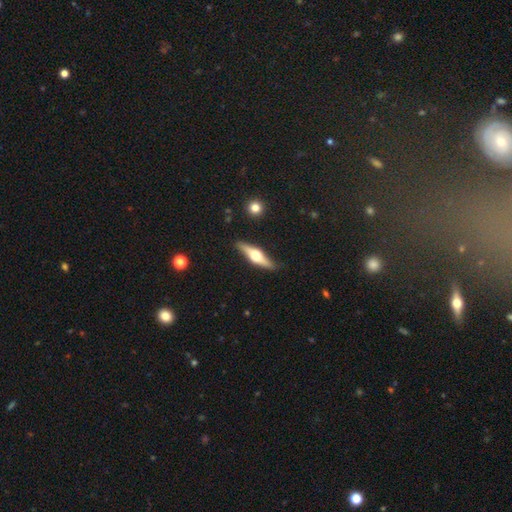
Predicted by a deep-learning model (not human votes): Smooth or featured: featured or disk — 65% (smooth — 30%)
Edge-on disk: yes — 94% (no — 6%)
Edge-on bulge: rounded — 94% (boxy — 4%)
Merging: none — 86% (minor disturbance — 10%)